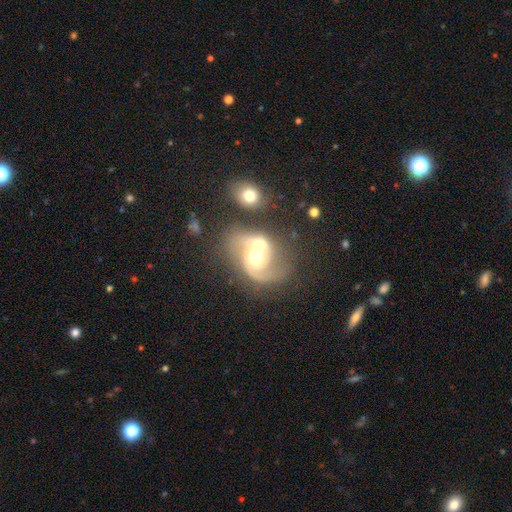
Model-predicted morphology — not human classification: smooth-or-featured: featured or disk: 81% | smooth: 12% | star or artifact: 7%
  disk-edge-on: no: 97% | yes: 3%
    bar: no: 63% | weak: 29% | strong: 8%
    has-spiral-arms: yes: 92% | no: 8%
      spiral-winding: medium: 51% | loose: 27% | tight: 22%
      spiral-arm-count: 2: 80% | 1: 11% | can't tell: 6% | 3: 2% | 4: 1% | more than 4: 1%
    bulge-size: moderate: 67% | small: 18% | large: 12% | none: 2% | dominant: 2%
  merging: merger: 46% | none: 32% | minor disturbance: 11% | major disturbance: 11%